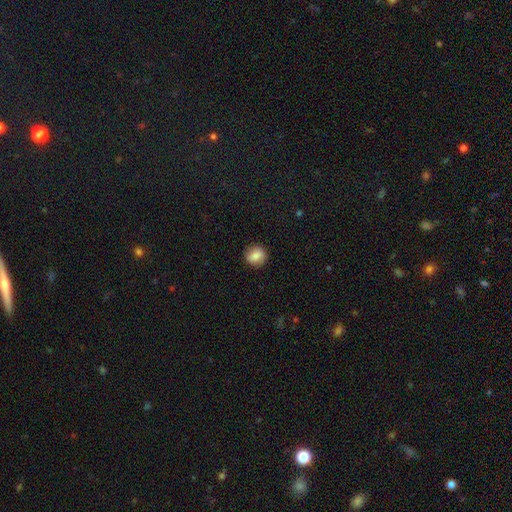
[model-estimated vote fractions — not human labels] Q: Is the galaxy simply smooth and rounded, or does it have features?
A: smooth — 82%.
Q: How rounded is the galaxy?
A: round — 83%.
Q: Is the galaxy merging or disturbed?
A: none — 86%.